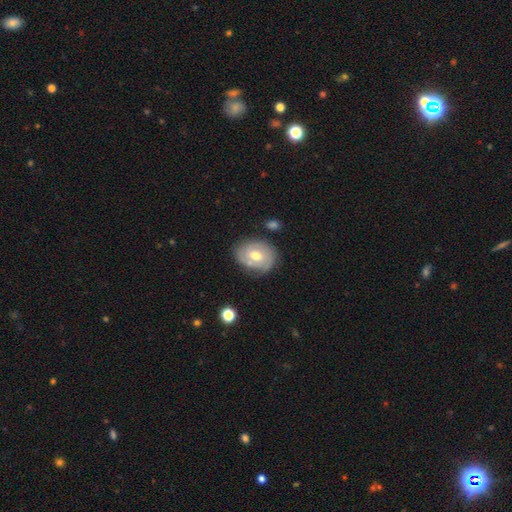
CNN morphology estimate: featured or disk 54%, smooth 40%, star or artifact 7%. Down the decision tree: edge-on disk — no (95%); bar — no (60%); spiral arms — yes (63%); bulge size — moderate (77%); merging — none (70%).